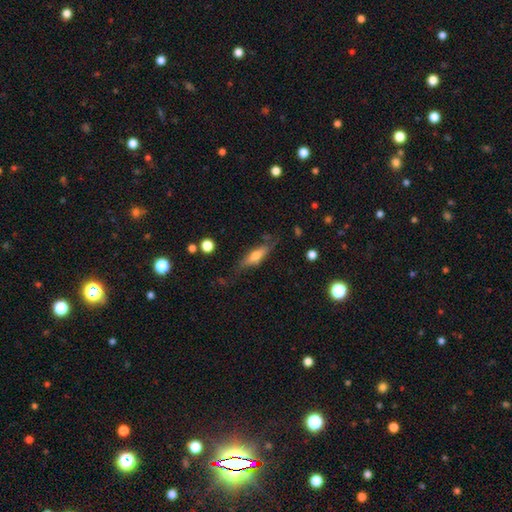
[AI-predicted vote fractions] The model was most divided on "smooth or featured": smooth: 50%, featured or disk: 43%, star or artifact: 7%. More confident: merging — none (69%).